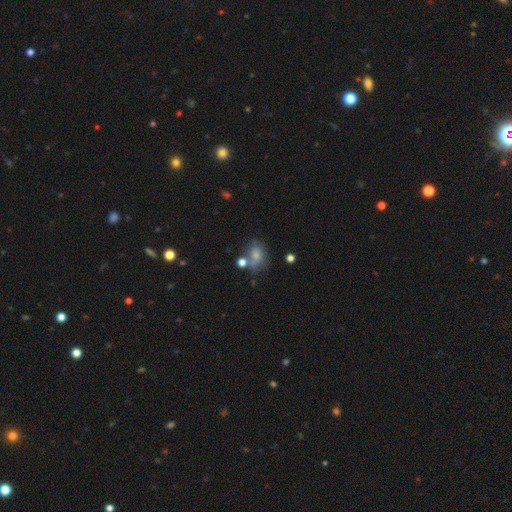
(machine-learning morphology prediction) Smooth or featured? smooth (67%)
How rounded? in between (66%)
Merging? none (41%)